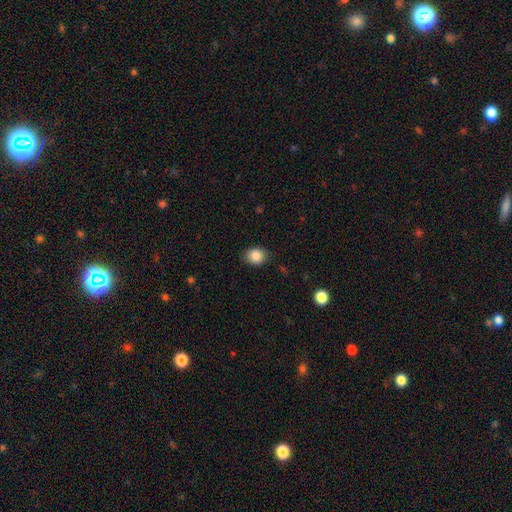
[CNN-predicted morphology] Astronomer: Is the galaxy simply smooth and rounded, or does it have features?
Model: smooth — 87%.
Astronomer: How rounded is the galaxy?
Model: round — 61% (runner-up: in between, 38%).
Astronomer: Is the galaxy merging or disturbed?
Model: none — 85%.